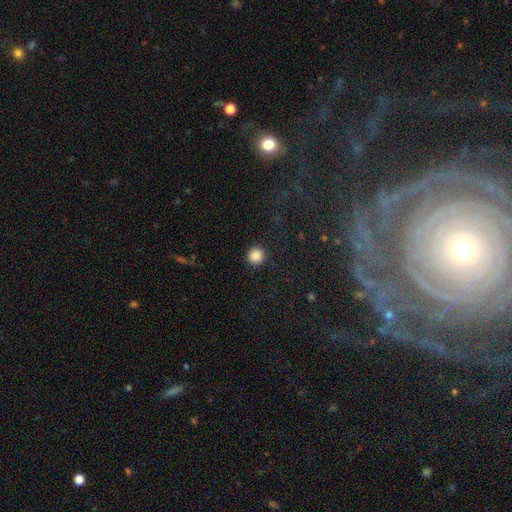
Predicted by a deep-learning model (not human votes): Smooth or featured? Predicted: smooth (p=0.87). How rounded? Predicted: round (p=0.95). Merging? Predicted: none (p=0.92).